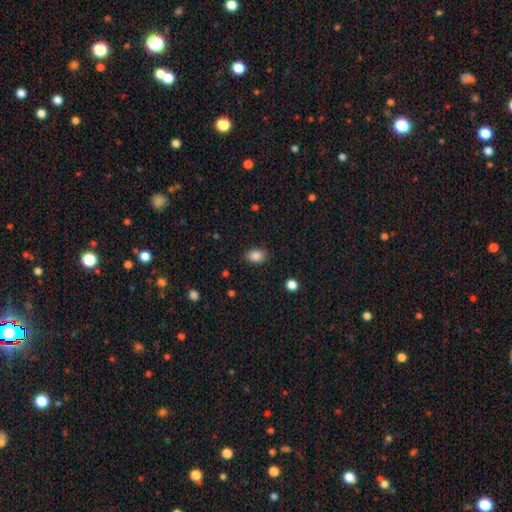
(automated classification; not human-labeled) A smooth galaxy with no disk features (87%) that is in between round and cigar-shaped (78%).

Vote fractions:
- Smooth or featured? smooth: 87% / star or artifact: 9% / featured or disk: 4%
- How rounded? in between: 78% / round: 21% / cigar-shaped: 1%
- Merging? none: 86% / minor disturbance: 10% / major disturbance: 3% / merger: 1%